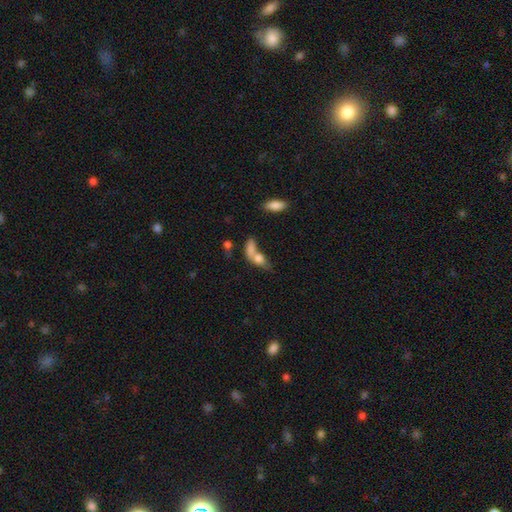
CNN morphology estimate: This is likely a smooth galaxy (71%). How rounded: likely in between (70%). Merging: possibly merger (57%).